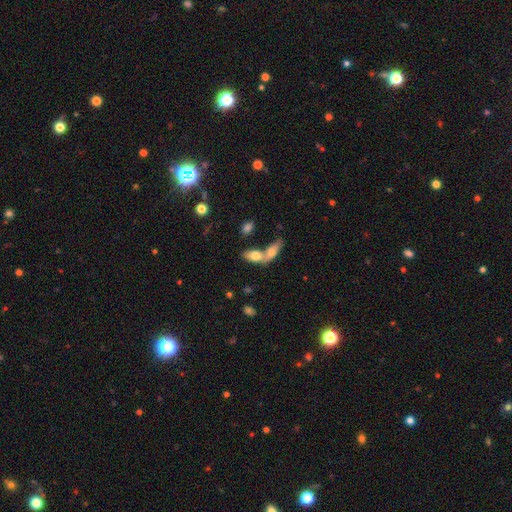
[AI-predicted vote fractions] Morphology: type=smooth (71%); roundness=in between (82%); merging=merger (65%).